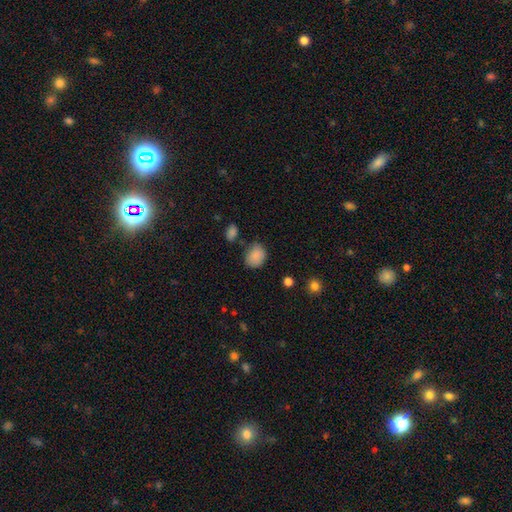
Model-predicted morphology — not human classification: Smooth or featured?
  - smooth: 86% *
  - star or artifact: 8%
  - featured or disk: 5%
How rounded?
  - round: 58% *
  - in between: 41%
  - cigar-shaped: 1%
Merging?
  - none: 68% *
  - minor disturbance: 22%
  - major disturbance: 5%
  - merger: 5%